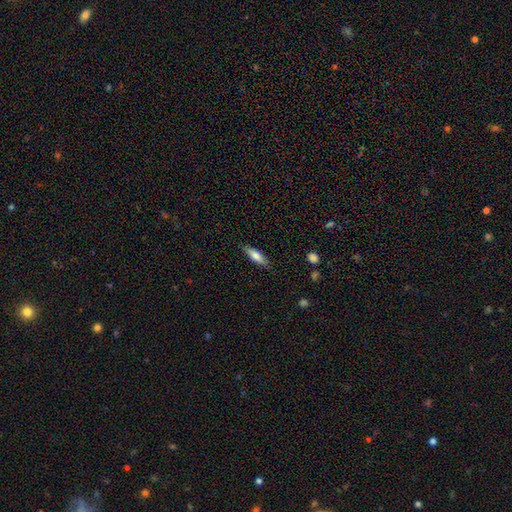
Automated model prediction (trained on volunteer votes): A smooth galaxy with no disk features (68%) that is cigar-shaped (56%). Merging: none (84%).